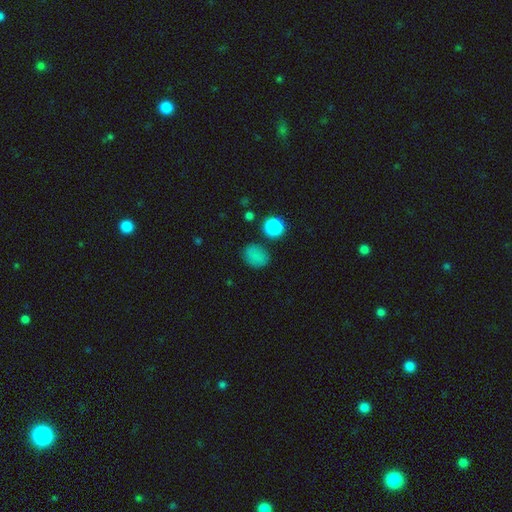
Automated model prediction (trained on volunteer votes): Overall: smooth (79%). How rounded: round (50%; in between 49%). Merging: none (75%).